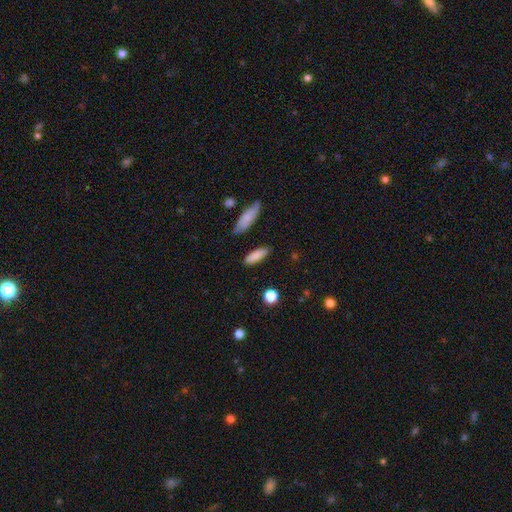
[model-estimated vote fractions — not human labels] Overall: smooth (85%). How rounded: in between (51%; cigar-shaped 46%). Merging: none (85%).